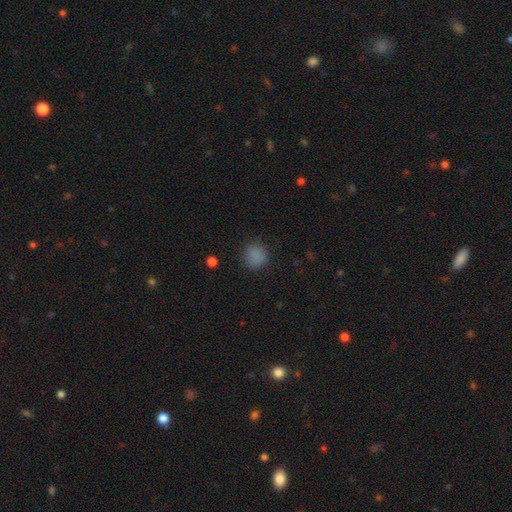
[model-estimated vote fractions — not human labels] Smooth or featured? smooth (84%)
How rounded? round (88%)
Merging? none (85%)